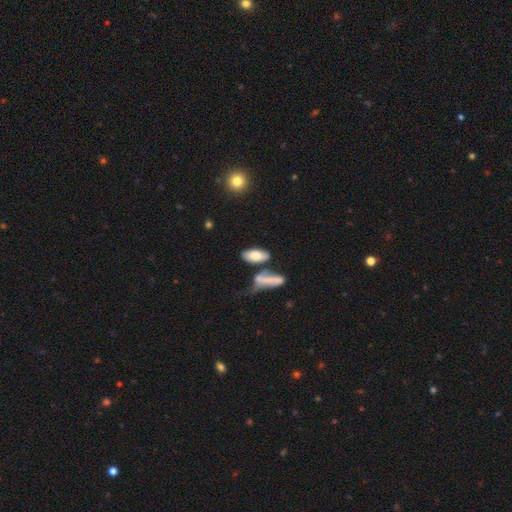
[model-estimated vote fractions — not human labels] Smooth or featured? Predicted: smooth (p=0.76). How rounded? Predicted: in between (p=0.87). Merging? Predicted: none (p=0.47).